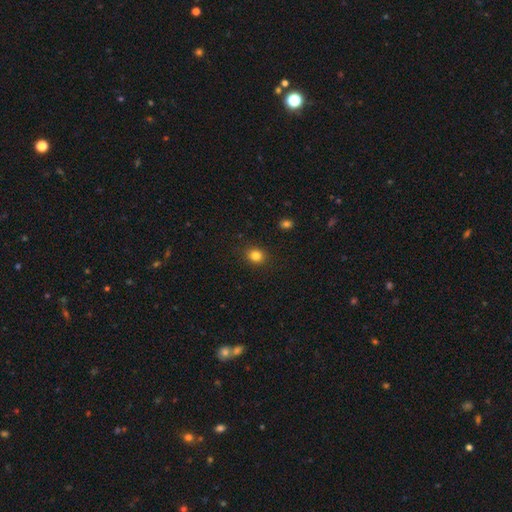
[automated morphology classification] type=smooth (83%); roundness=round (73%); merging=none (90%).